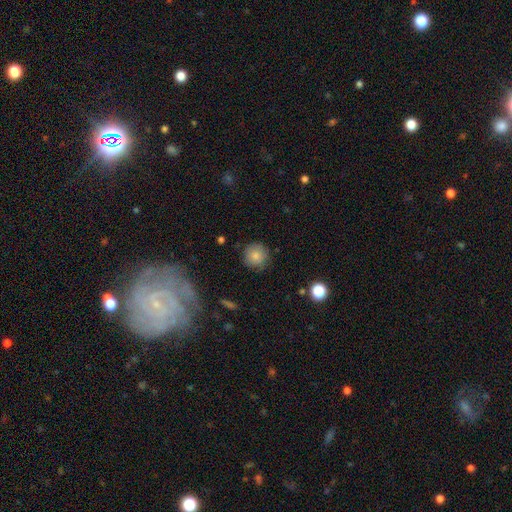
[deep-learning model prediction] Overall: smooth (82%). How rounded: round (94%). Merging: none (84%).